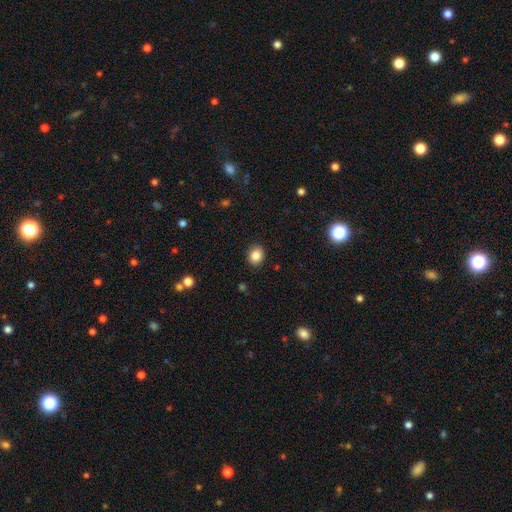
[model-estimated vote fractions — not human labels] This is clearly a smooth galaxy (86%). How rounded: likely round (63%). Merging: clearly none (90%).